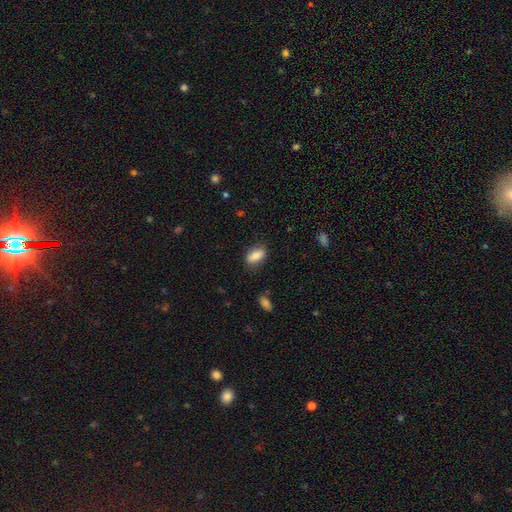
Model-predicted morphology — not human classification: Smooth or featured?
  - smooth: 81% *
  - featured or disk: 12%
  - star or artifact: 7%
How rounded?
  - in between: 86% *
  - round: 7%
  - cigar-shaped: 6%
Merging?
  - none: 79% *
  - minor disturbance: 16%
  - major disturbance: 4%
  - merger: 2%